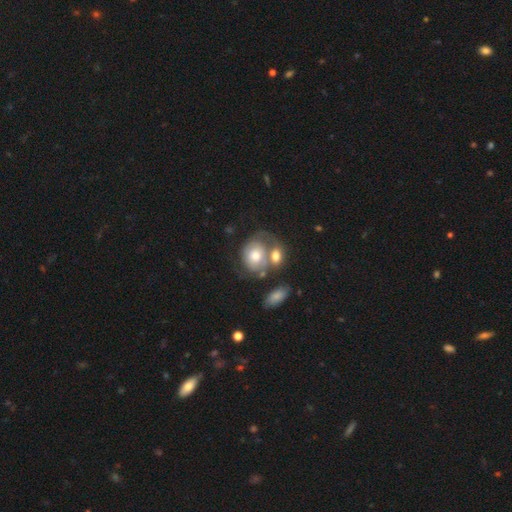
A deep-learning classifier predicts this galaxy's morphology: Smooth or featured?
  - smooth: 52% *
  - featured or disk: 41%
  - star or artifact: 7%
How rounded?
  - round: 57% *
  - in between: 42%
  - cigar-shaped: 1%
Merging?
  - merger: 45% *
  - none: 27%
  - minor disturbance: 14%
  - major disturbance: 13%